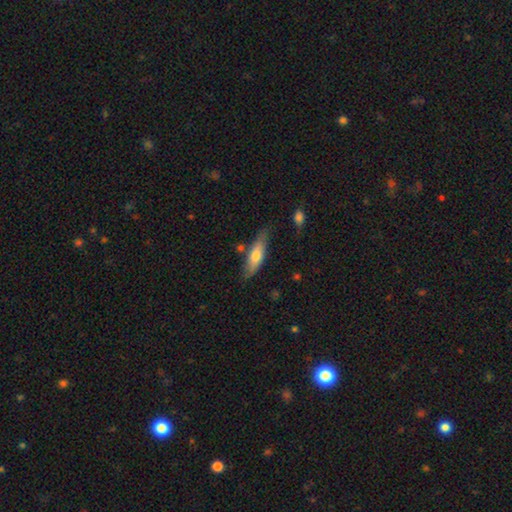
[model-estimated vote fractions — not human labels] smooth-or-featured: smooth: 64% | featured or disk: 31% | star or artifact: 6%
  how-rounded: cigar-shaped: 52% | in between: 46% | round: 2%
  merging: none: 68% | minor disturbance: 22% | merger: 5% | major disturbance: 5%